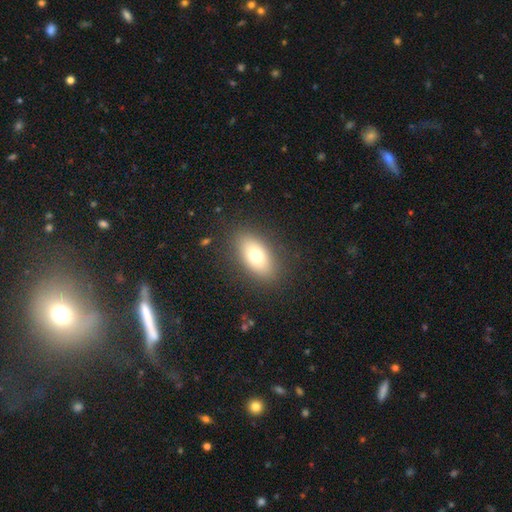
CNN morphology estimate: A smooth galaxy with no disk features (73%) that is in between round and cigar-shaped (88%).

Vote fractions:
- Smooth or featured? smooth: 73% / featured or disk: 18% / star or artifact: 9%
- How rounded? in between: 88% / round: 6% / cigar-shaped: 6%
- Merging? none: 85% / minor disturbance: 10% / major disturbance: 4% / merger: 1%